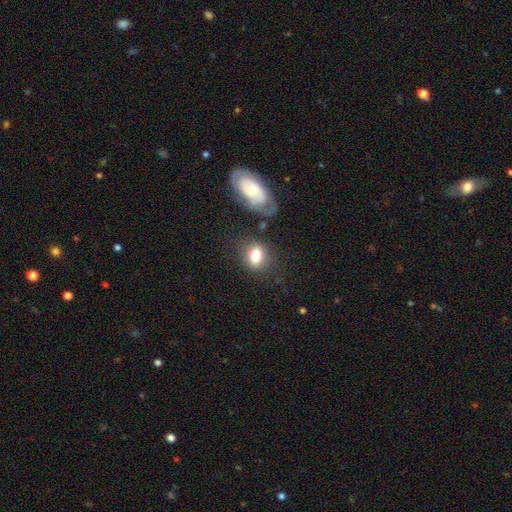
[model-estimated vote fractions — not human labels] Smooth or featured? smooth (78%)
How rounded? in between (51%)
Merging? none (69%)